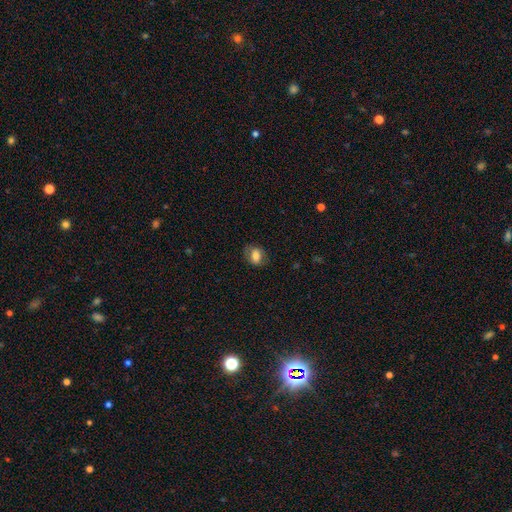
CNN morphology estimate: Smooth or featured?
  - smooth: 72% *
  - featured or disk: 19%
  - star or artifact: 9%
How rounded?
  - in between: 62% *
  - round: 36%
  - cigar-shaped: 1%
Merging?
  - none: 76% *
  - minor disturbance: 17%
  - major disturbance: 6%
  - merger: 1%